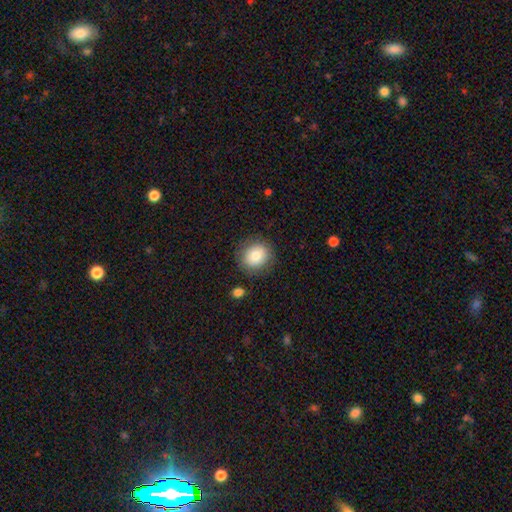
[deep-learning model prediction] smooth-or-featured: smooth: 81% | featured or disk: 10% | star or artifact: 9%
  how-rounded: round: 84% | in between: 15% | cigar-shaped: 1%
  merging: none: 85% | minor disturbance: 10% | major disturbance: 3% | merger: 2%